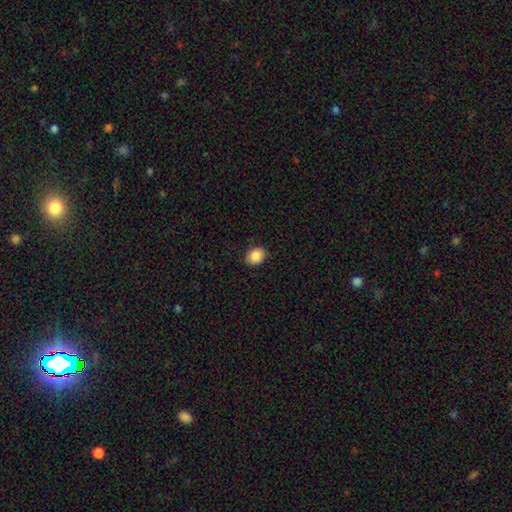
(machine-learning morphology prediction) Q: Smooth or featured?
A: smooth (88%); runner-up: star or artifact (8%)
Q: How rounded?
A: in between (53%); runner-up: round (46%)
Q: Merging?
A: none (88%); runner-up: minor disturbance (9%)